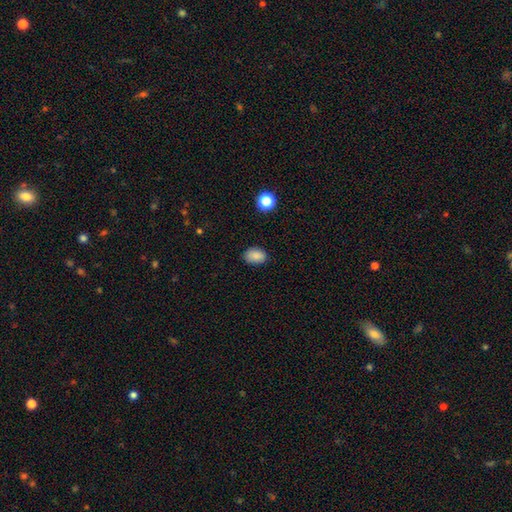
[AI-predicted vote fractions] smooth_or_featured: smooth (p=0.86) [alt: star or artifact p=0.09]
how_rounded: in between (p=0.78) [alt: round p=0.21]
merging: none (p=0.84) [alt: minor disturbance p=0.12]